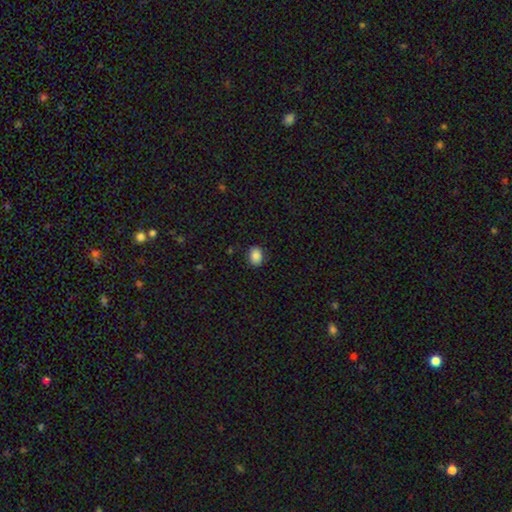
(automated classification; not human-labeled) The model was most divided on "how rounded": in between: 70%, round: 29%, cigar-shaped: 1%. More confident: smooth or featured — smooth (87%); merging — none (87%).